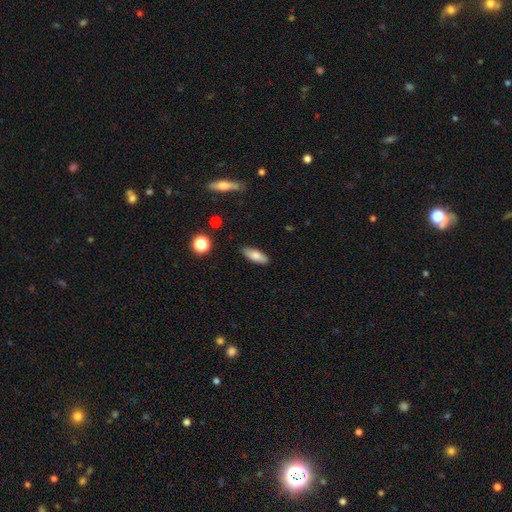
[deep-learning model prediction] Morphology: type=smooth (77%); roundness=in between (68%); merging=none (86%).